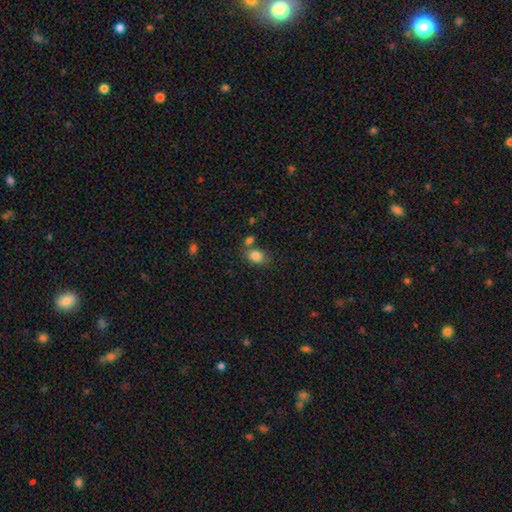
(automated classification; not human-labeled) Smooth or featured? Predicted: smooth (p=0.84). How rounded? Predicted: in between (p=0.76). Merging? Predicted: none (p=0.64).